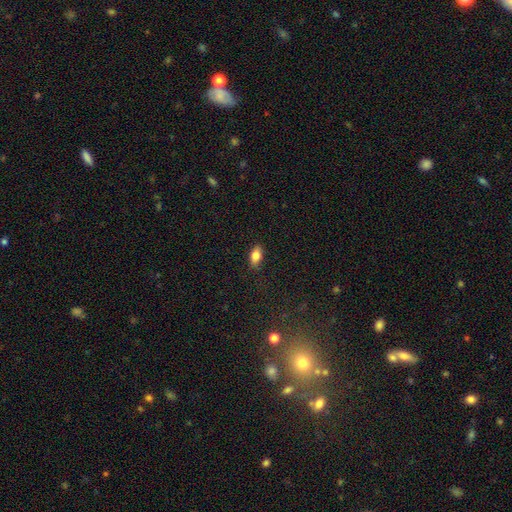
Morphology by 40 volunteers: smooth_or_featured: smooth (p=0.78) [alt: featured or disk p=0.15]
how_rounded: in between (p=0.84) [alt: cigar-shaped p=0.16]
merging: none (p=0.86) [alt: minor disturbance p=0.08]